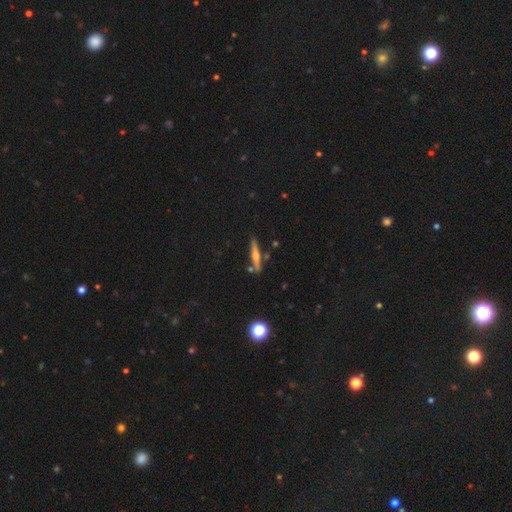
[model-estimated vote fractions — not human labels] Overall: featured or disk (63%; smooth 30%). Edge-on disk: yes (97%). Edge-on bulge: rounded (88%). Merging: none (83%).